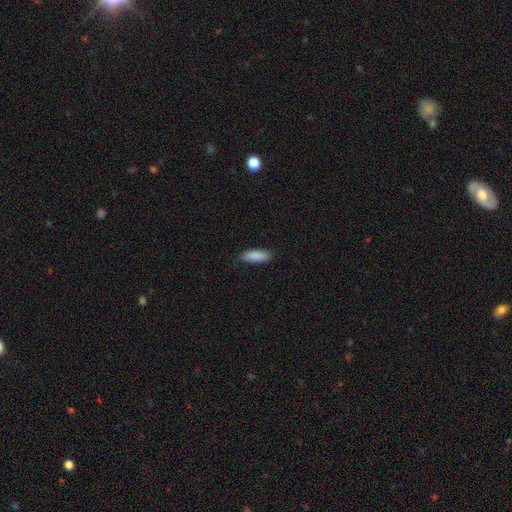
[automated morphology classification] A smooth galaxy with no disk features (89%) that is in between round and cigar-shaped (65%).

Vote fractions:
- Smooth or featured? smooth: 89% / star or artifact: 6% / featured or disk: 4%
- How rounded? in between: 65% / cigar-shaped: 33% / round: 2%
- Merging? none: 85% / minor disturbance: 11% / major disturbance: 2% / merger: 1%